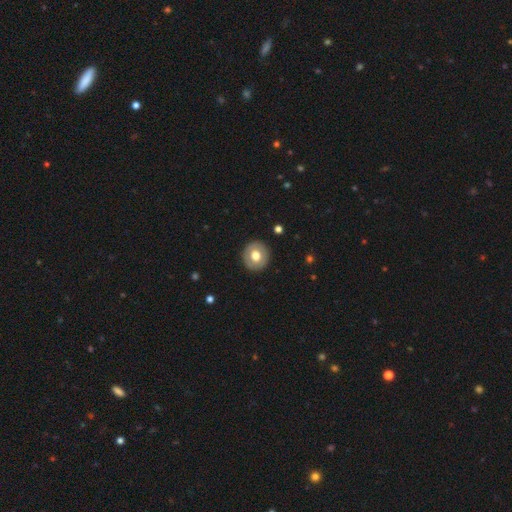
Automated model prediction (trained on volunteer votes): This is likely a smooth galaxy (64%). How rounded: clearly round (89%). Merging: clearly none (90%).